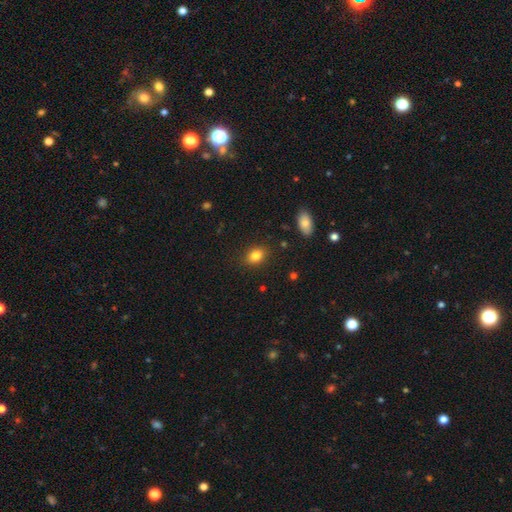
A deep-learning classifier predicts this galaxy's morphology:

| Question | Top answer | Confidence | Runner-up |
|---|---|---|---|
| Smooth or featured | smooth | 84% | star or artifact (10%) |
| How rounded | in between | 69% | round (29%) |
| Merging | none | 86% | minor disturbance (9%) |